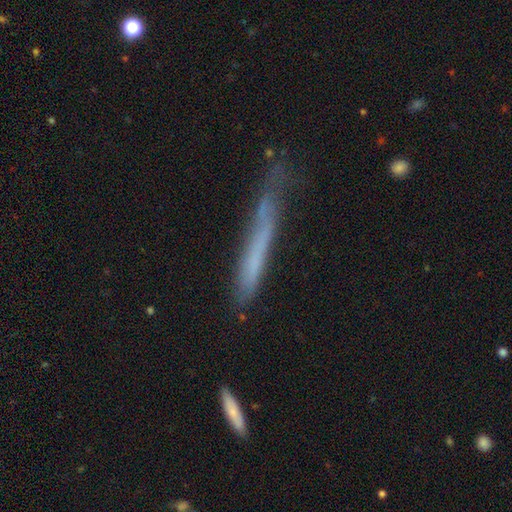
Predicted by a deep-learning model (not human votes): The model was most divided on "smooth or featured": smooth: 54%, featured or disk: 36%, star or artifact: 10%. More confident: how rounded — cigar-shaped (95%); merging — none (55%).